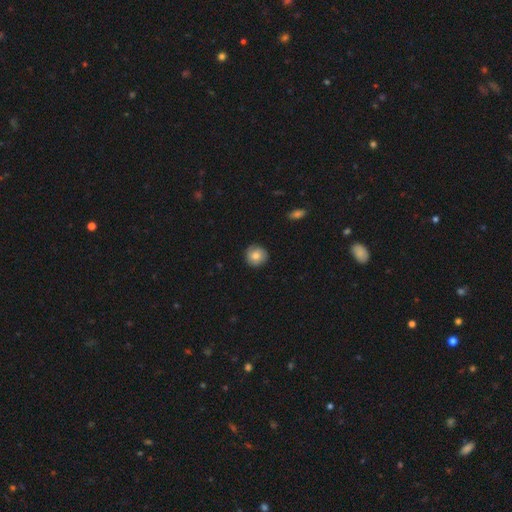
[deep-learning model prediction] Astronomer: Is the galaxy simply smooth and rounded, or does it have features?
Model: smooth — 71%.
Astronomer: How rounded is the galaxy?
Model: round — 91%.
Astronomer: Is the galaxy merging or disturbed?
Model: none — 85%.